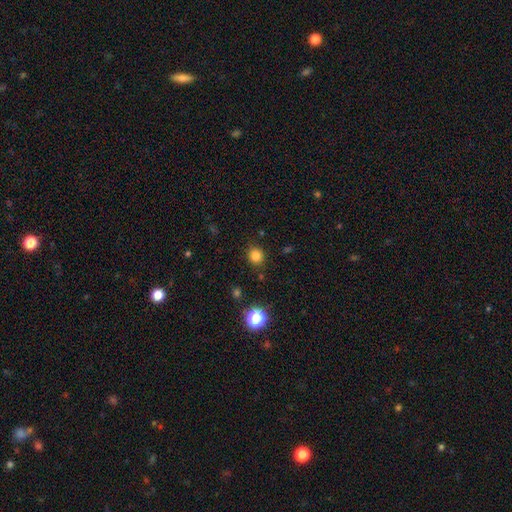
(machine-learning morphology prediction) Q: Smooth or featured?
A: smooth (81%); runner-up: star or artifact (14%)
Q: How rounded?
A: round (82%); runner-up: in between (17%)
Q: Merging?
A: none (87%); runner-up: minor disturbance (8%)